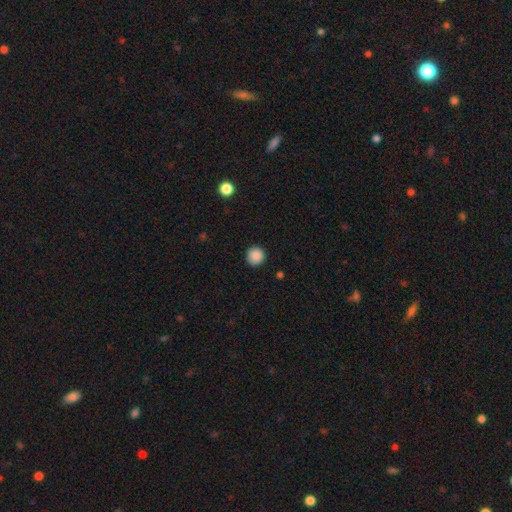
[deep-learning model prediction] Smooth or featured?
  - smooth: 88% *
  - star or artifact: 9%
  - featured or disk: 3%
How rounded?
  - round: 95% *
  - in between: 4%
  - cigar-shaped: 1%
Merging?
  - none: 92% *
  - minor disturbance: 6%
  - major disturbance: 2%
  - merger: 1%